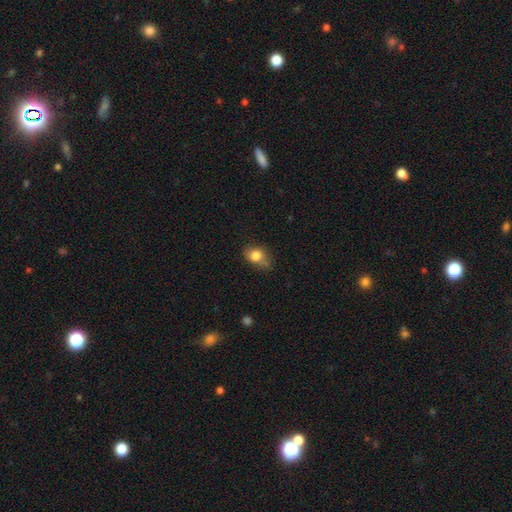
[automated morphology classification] This appears to be a smooth galaxy with no disk features (79%) that is in between round and cigar-shaped (58%). Merging: none (50%).